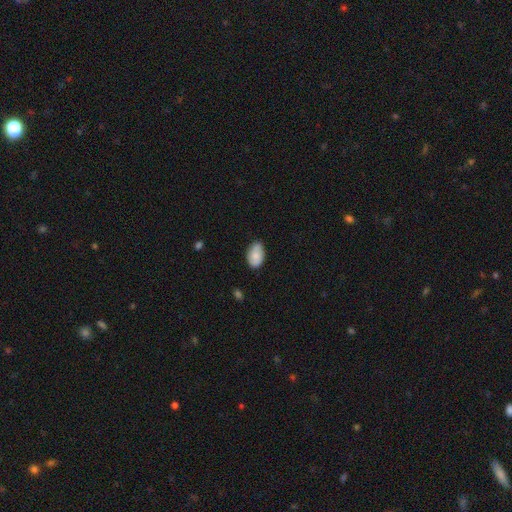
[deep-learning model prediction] A smooth galaxy with no disk features (80%) that is in between round and cigar-shaped (92%).

Vote fractions:
- Smooth or featured? smooth: 80% / featured or disk: 14% / star or artifact: 7%
- How rounded? in between: 92% / round: 7% / cigar-shaped: 1%
- Merging? none: 75% / minor disturbance: 21% / major disturbance: 3% / merger: 1%